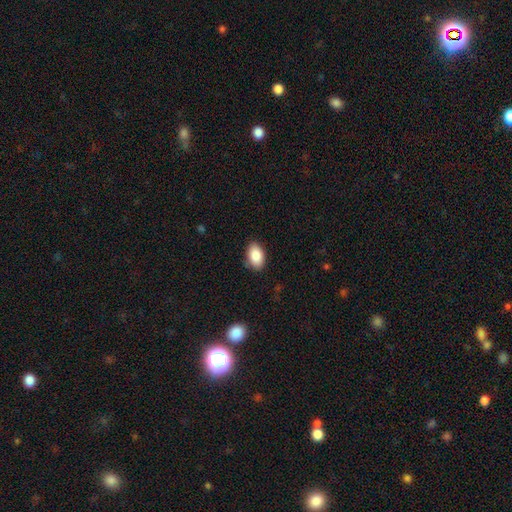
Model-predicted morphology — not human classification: type=smooth (86%); roundness=in between (91%); merging=none (85%).